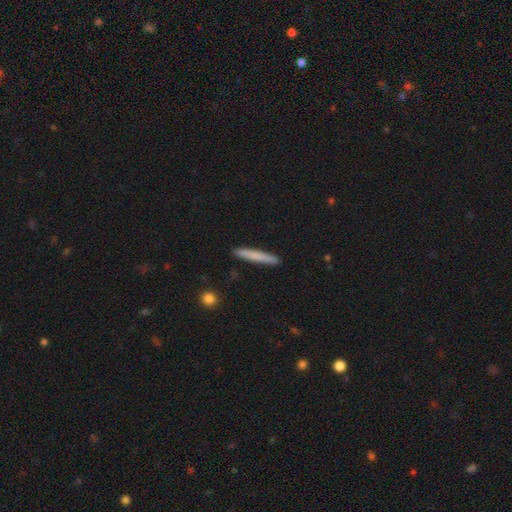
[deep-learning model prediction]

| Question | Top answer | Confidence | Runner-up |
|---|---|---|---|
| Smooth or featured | smooth | 74% | featured or disk (20%) |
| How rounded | cigar-shaped | 96% | in between (3%) |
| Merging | none | 92% | minor disturbance (6%) |